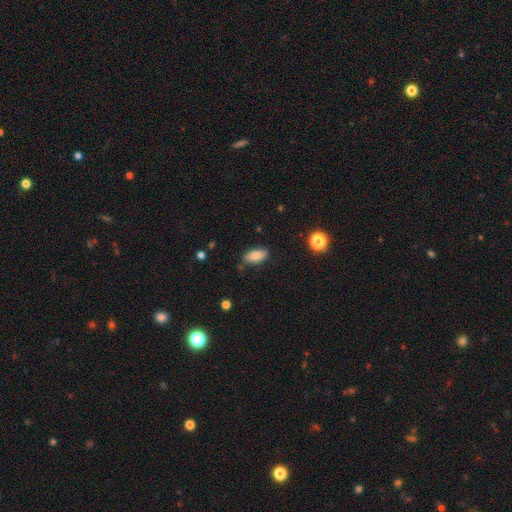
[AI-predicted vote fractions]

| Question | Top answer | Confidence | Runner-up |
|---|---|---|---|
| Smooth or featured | smooth | 83% | featured or disk (9%) |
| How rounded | in between | 89% | cigar-shaped (8%) |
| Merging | none | 82% | minor disturbance (13%) |